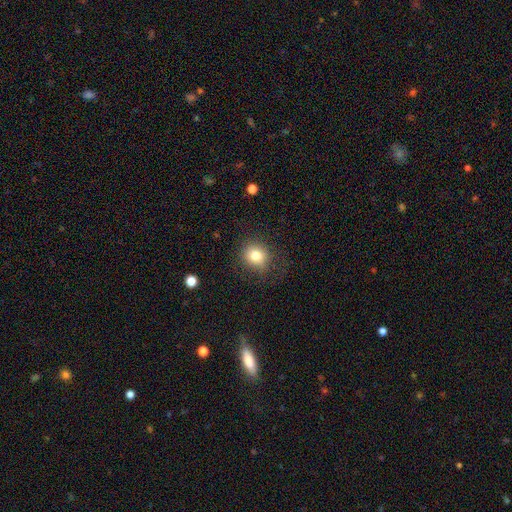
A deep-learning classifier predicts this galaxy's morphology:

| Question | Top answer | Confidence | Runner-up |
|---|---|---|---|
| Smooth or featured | smooth | 80% | star or artifact (12%) |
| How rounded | round | 81% | in between (18%) |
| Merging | none | 82% | minor disturbance (13%) |